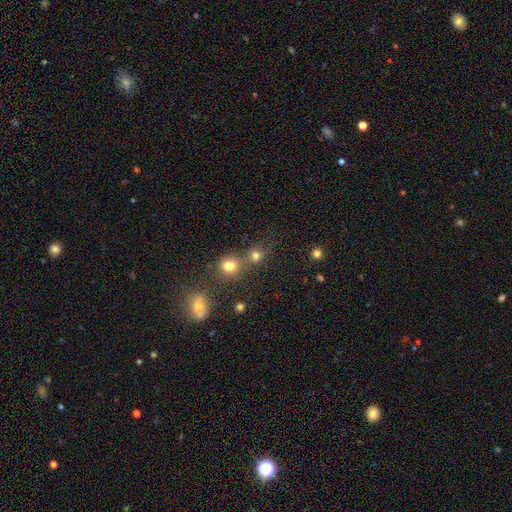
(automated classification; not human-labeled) Overall: smooth (76%). How rounded: round (87%). Merging: none (54%; merger 35%).